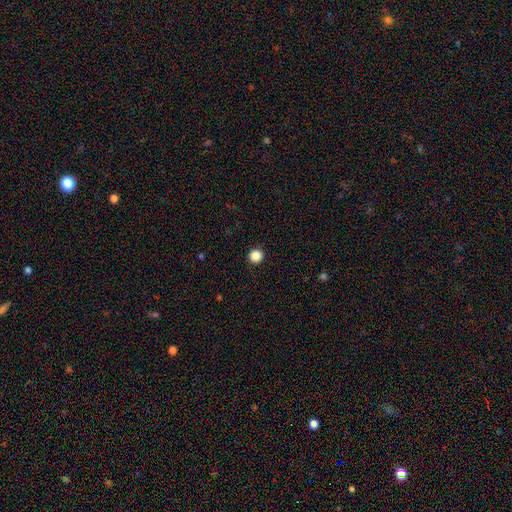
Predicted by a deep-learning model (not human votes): Overall: smooth (87%). How rounded: round (94%). Merging: none (93%).